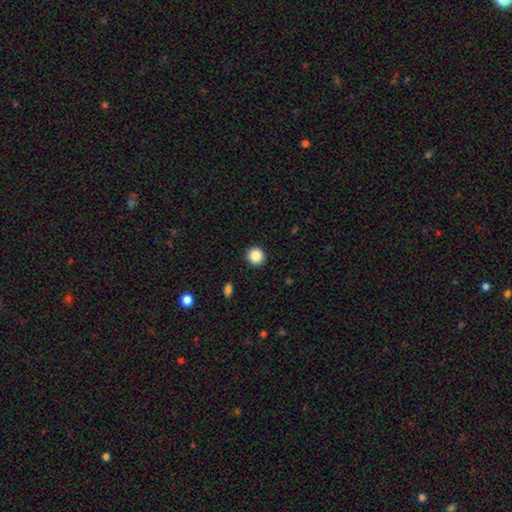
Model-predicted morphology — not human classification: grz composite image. It shows a smooth galaxy with no disk features (88%) that is round (94%). Merging: none (92%).